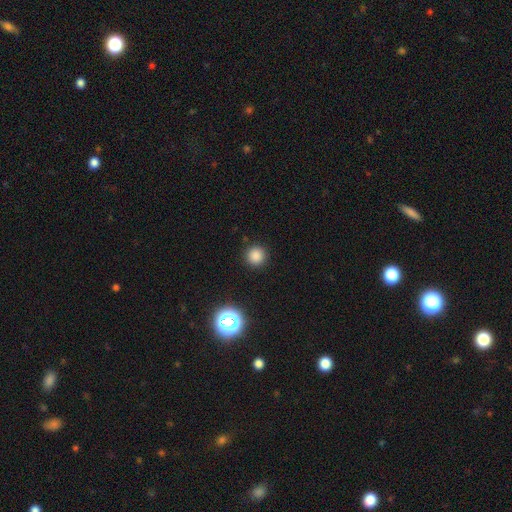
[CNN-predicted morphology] smooth 82%, star or artifact 14%, featured or disk 4%. Down the decision tree: how rounded — round (95%); merging — none (91%).